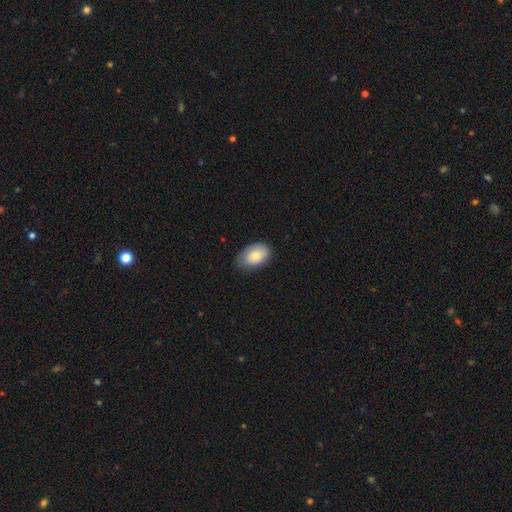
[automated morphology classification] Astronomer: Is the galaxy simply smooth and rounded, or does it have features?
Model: smooth — 81%.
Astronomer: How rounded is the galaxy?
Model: in between — 90%.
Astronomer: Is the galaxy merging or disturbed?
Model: none — 75%.